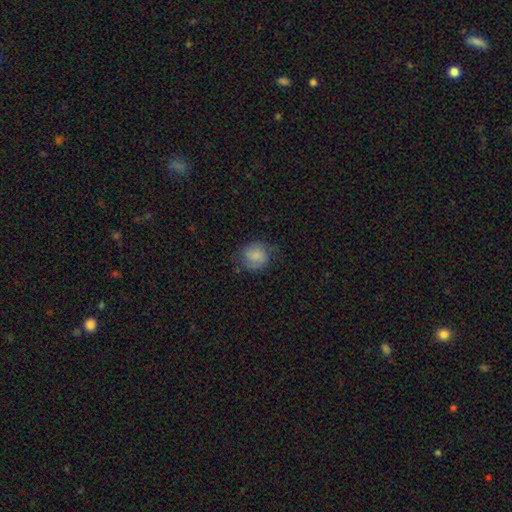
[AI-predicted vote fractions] This is likely a smooth galaxy (72%). How rounded: likely round (73%). Merging: likely none (65%).